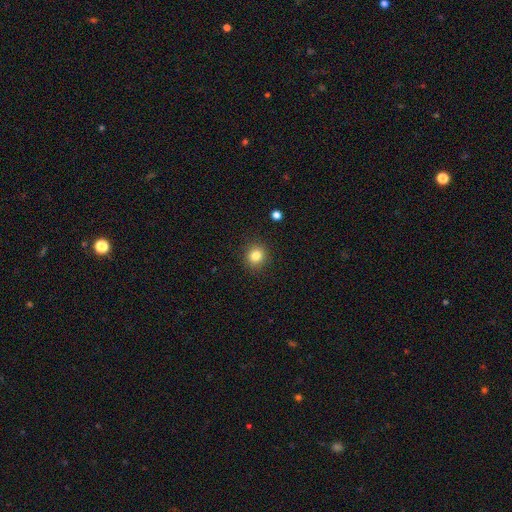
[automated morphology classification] smooth 83%, star or artifact 11%, featured or disk 6%. Down the decision tree: how rounded — round (83%); merging — none (90%).